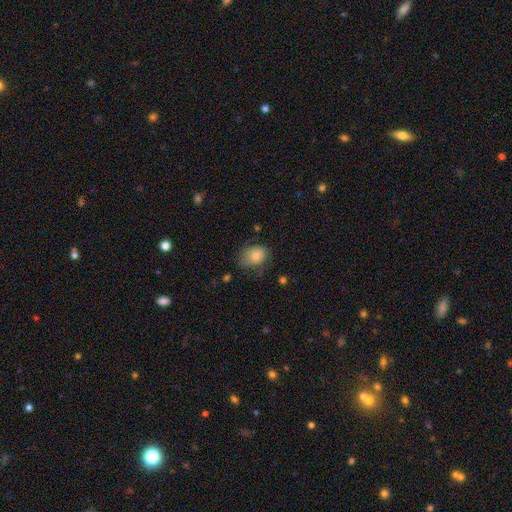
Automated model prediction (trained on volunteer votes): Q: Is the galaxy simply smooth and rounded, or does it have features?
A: smooth — 75%.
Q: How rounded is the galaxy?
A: in between — 58%.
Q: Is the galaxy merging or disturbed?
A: none — 58%.